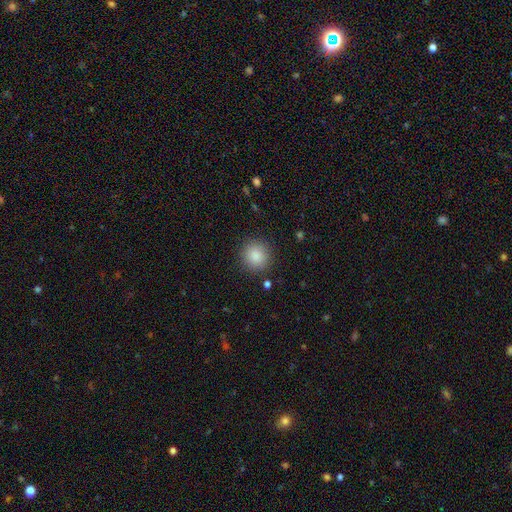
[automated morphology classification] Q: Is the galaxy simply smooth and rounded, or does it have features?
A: smooth — 87%.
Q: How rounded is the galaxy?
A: round — 91%.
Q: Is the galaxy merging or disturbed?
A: none — 89%.